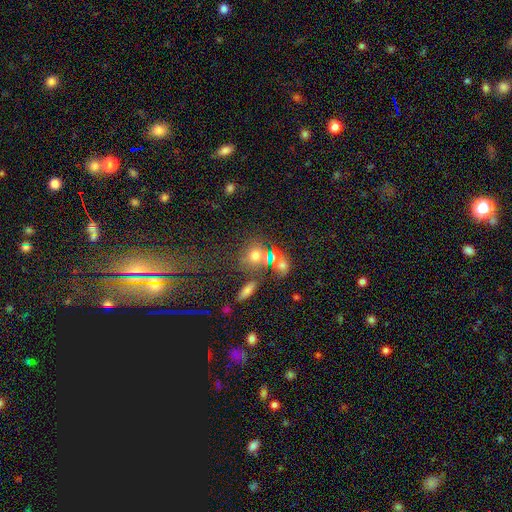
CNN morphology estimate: This is likely a smooth galaxy (64%). How rounded: likely round (72%). Merging: possibly none (53%).